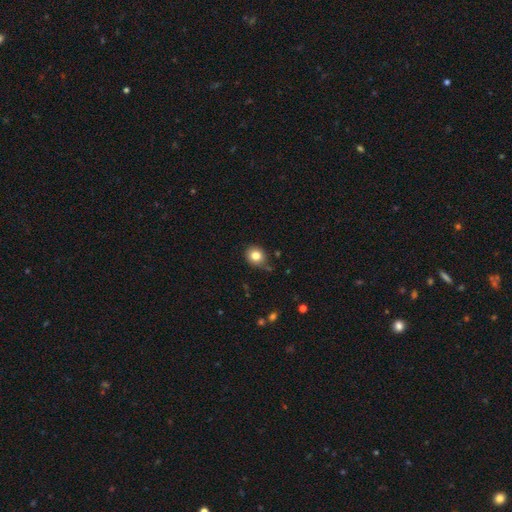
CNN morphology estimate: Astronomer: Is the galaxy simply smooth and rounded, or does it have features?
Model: smooth — 82%.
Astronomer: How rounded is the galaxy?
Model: round — 74%.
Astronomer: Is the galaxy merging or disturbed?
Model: none — 77%.